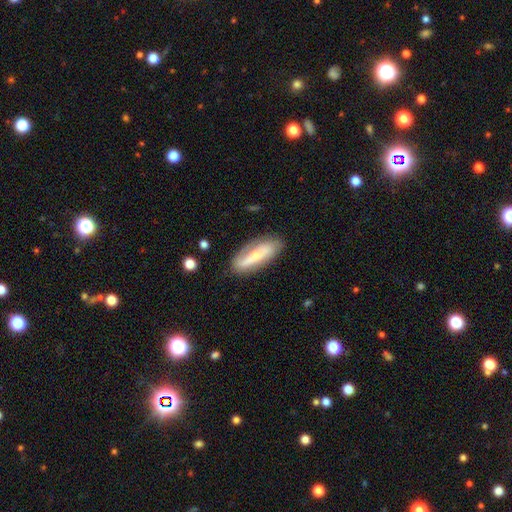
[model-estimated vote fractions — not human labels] smooth-or-featured: featured or disk: 56% | smooth: 37% | star or artifact: 6%
  disk-edge-on: no: 77% | yes: 23%
  merging: none: 74% | minor disturbance: 18% | major disturbance: 6% | merger: 2%